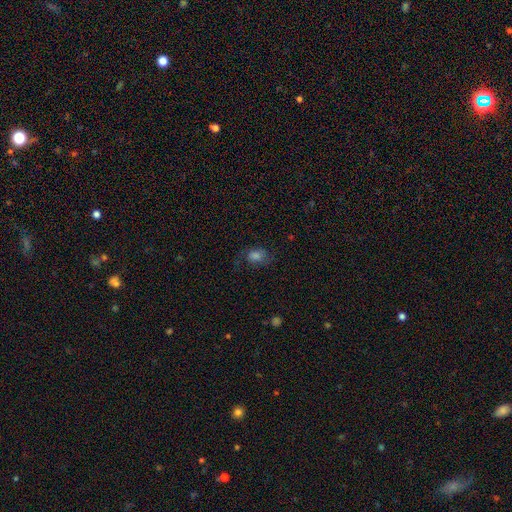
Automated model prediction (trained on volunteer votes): This is possibly a smooth galaxy (56%). How rounded: likely in between (66%). Merging: likely none (64%).